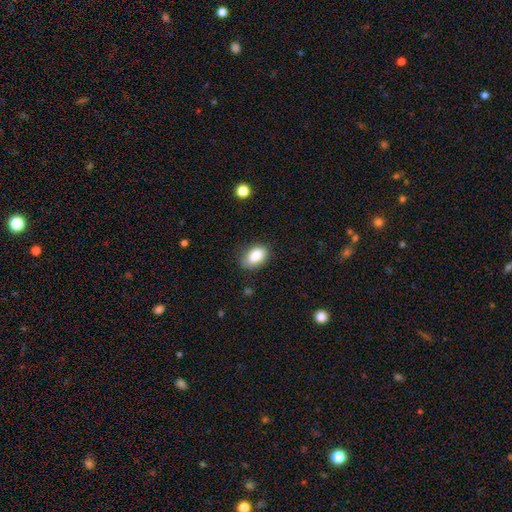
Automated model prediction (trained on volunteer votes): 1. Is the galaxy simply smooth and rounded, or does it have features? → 86% smooth, 8% star or artifact, 6% featured or disk.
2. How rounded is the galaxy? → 89% in between, 10% round, 1% cigar-shaped.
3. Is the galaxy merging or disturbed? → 77% none, 17% minor disturbance, 4% major disturbance, 1% merger.